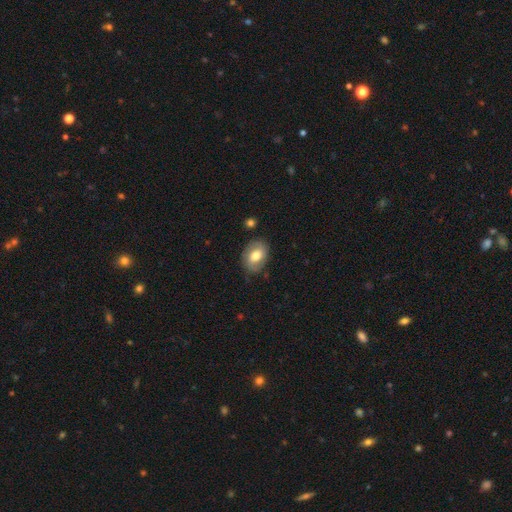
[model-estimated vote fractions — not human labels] Smooth or featured?
  - smooth: 64% *
  - featured or disk: 28%
  - star or artifact: 7%
How rounded?
  - in between: 72% *
  - round: 27%
  - cigar-shaped: 1%
Merging?
  - none: 77% *
  - minor disturbance: 17%
  - major disturbance: 4%
  - merger: 2%